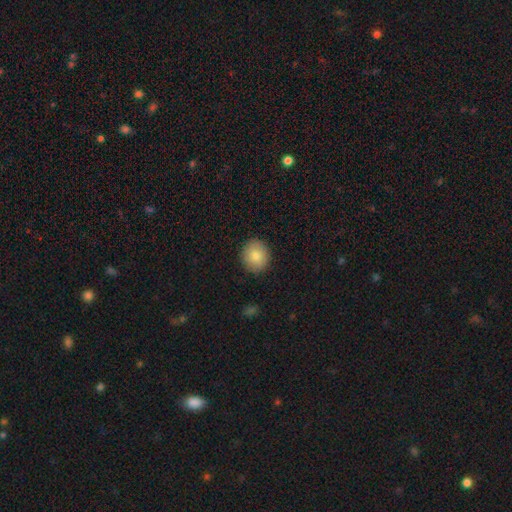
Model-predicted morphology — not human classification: Smooth or featured? Predicted: smooth (p=0.83). How rounded? Predicted: round (p=0.82). Merging? Predicted: none (p=0.90).